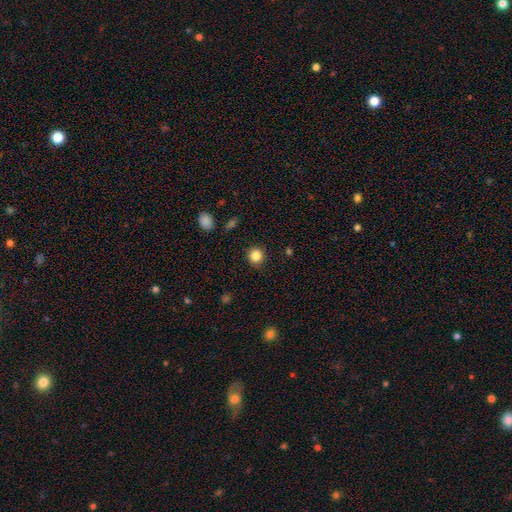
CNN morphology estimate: This appears to be a smooth galaxy with no disk features (85%) that is round (88%). Merging: none (89%).